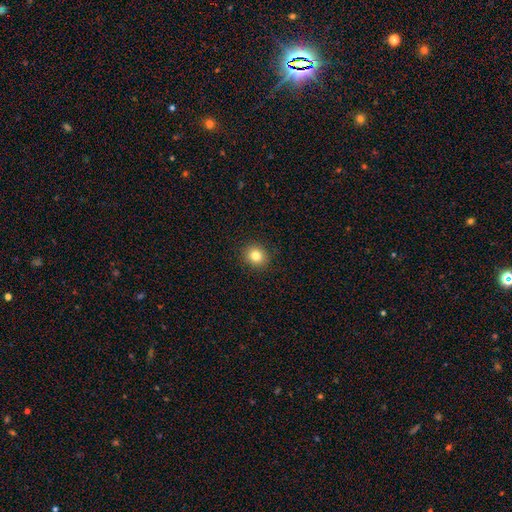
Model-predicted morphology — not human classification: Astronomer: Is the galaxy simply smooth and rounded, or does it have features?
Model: smooth — 82%.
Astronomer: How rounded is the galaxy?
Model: round — 84%.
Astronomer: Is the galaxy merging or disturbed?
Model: none — 92%.